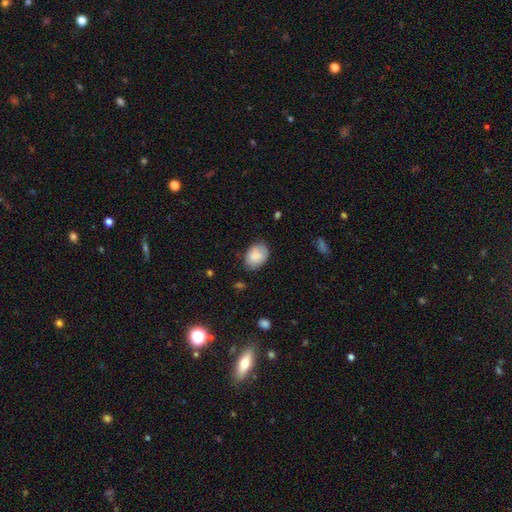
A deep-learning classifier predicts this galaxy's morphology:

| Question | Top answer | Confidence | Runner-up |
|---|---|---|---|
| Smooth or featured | smooth | 82% | featured or disk (11%) |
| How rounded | in between | 76% | round (23%) |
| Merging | none | 72% | minor disturbance (22%) |